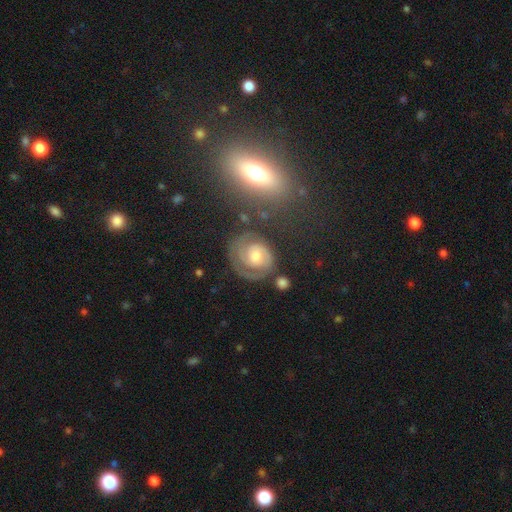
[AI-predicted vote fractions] smooth_or_featured: featured or disk (p=0.81) [alt: smooth p=0.13]
disk_edge_on: no (p=0.98) [alt: yes p=0.02]
bar: no (p=0.59) [alt: weak p=0.34]
has_spiral_arms: yes (p=0.93) [alt: no p=0.07]
spiral_winding: tight (p=0.68) [alt: medium p=0.26]
spiral_arm_count: 2 (p=0.56) [alt: 1 p=0.22]
bulge_size: moderate (p=0.59) [alt: small p=0.26]
merging: none (p=0.66) [alt: minor disturbance p=0.18]